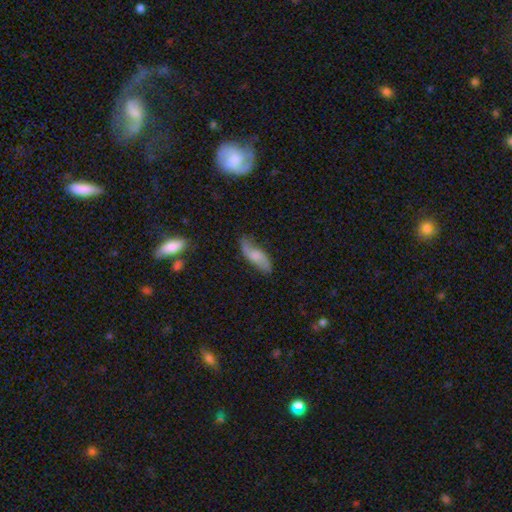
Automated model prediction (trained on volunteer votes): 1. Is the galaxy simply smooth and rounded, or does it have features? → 48% featured or disk, 45% smooth, 7% star or artifact.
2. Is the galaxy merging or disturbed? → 69% none, 23% minor disturbance, 6% major disturbance, 2% merger.